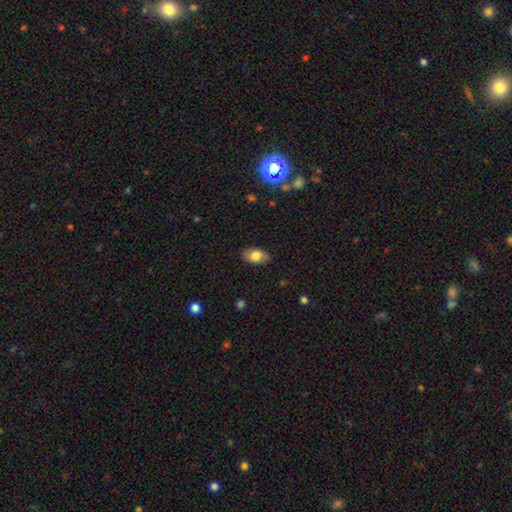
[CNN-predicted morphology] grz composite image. It shows a smooth galaxy with no disk features (78%) that is in between round and cigar-shaped (93%). Merging: none (87%).